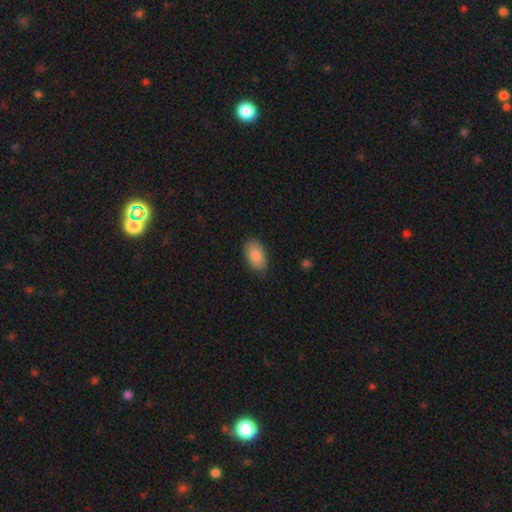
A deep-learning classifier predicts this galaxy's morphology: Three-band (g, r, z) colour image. It shows a smooth galaxy with no disk features (84%) that is in between round and cigar-shaped (93%). Merging: none (83%).